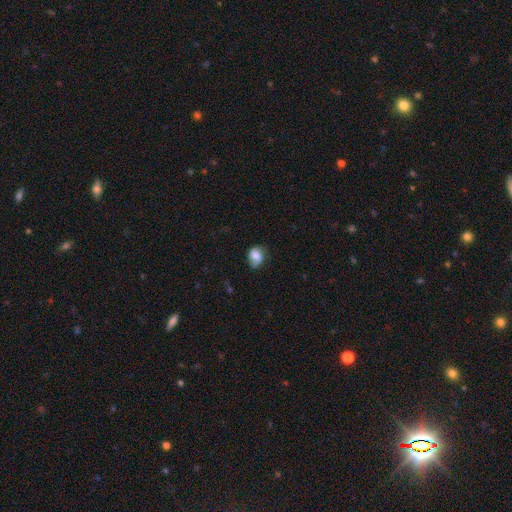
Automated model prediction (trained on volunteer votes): Q: Smooth or featured?
A: smooth (70%); runner-up: featured or disk (22%)
Q: How rounded?
A: in between (53%); runner-up: round (46%)
Q: Merging?
A: none (57%); runner-up: minor disturbance (31%)